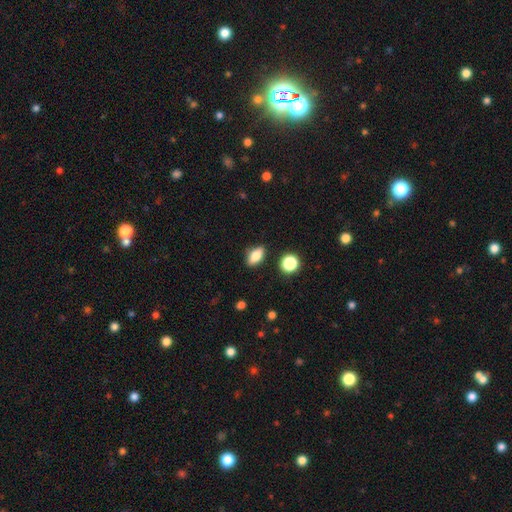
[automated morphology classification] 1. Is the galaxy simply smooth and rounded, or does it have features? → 78% smooth, 13% featured or disk, 9% star or artifact.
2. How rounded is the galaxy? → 81% in between, 11% round, 8% cigar-shaped.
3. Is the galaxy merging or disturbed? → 84% none, 11% minor disturbance, 2% major disturbance, 2% merger.